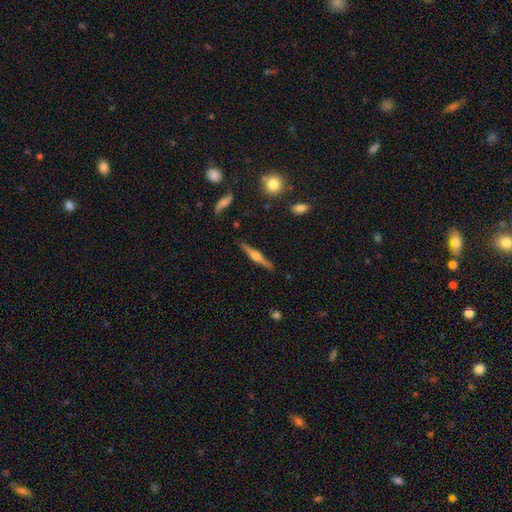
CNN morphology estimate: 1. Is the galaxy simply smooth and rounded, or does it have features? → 72% featured or disk, 22% smooth, 6% star or artifact.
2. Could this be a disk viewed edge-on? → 98% yes, 2% no.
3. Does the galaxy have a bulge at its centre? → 87% rounded, 9% boxy, 4% none.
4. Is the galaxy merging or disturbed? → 89% none, 8% minor disturbance, 2% major disturbance, 1% merger.